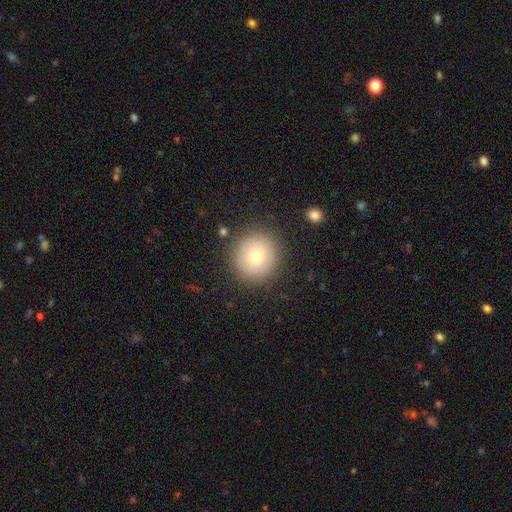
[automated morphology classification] Smooth or featured? smooth (73%)
How rounded? round (91%)
Merging? none (87%)